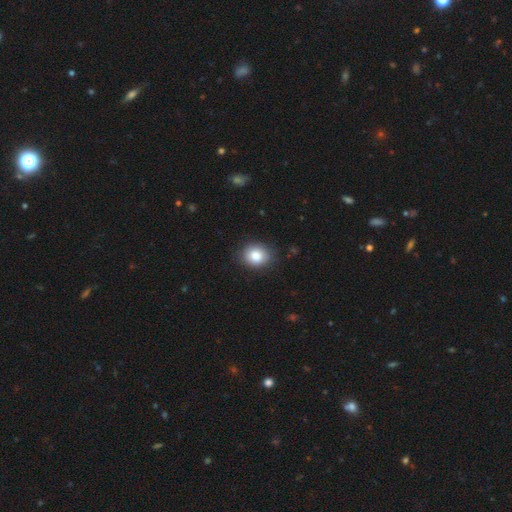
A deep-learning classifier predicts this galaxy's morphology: type=smooth (85%); roundness=round (56%); merging=none (84%).